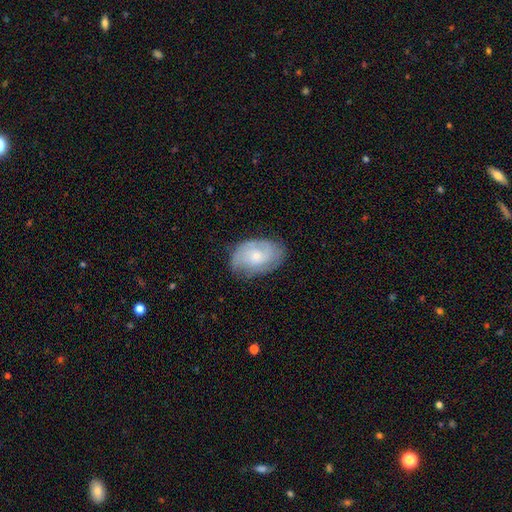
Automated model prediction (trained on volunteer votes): Smooth or featured? featured or disk (62%)
Edge-on disk? no (96%)
Bar? no (74%)
Spiral arms? yes (87%)
Spiral winding? tight (52%)
Spiral arm count? 2 (36%, tied with can't tell)
Bulge size? small (51%)
Merging? none (73%)